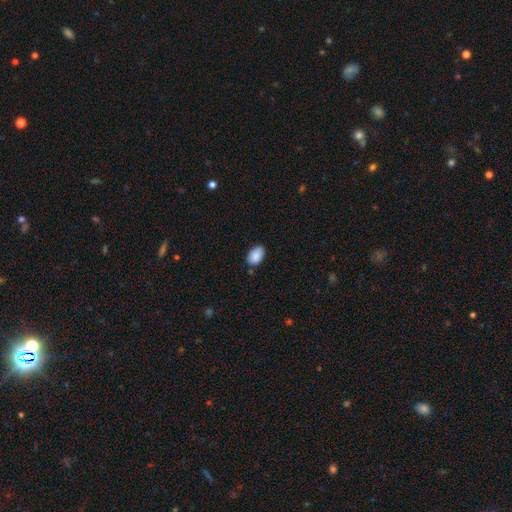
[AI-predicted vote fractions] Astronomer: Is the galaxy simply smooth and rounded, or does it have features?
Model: smooth — 89%.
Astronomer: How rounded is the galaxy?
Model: in between — 91%.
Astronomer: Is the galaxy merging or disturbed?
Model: none — 78%.